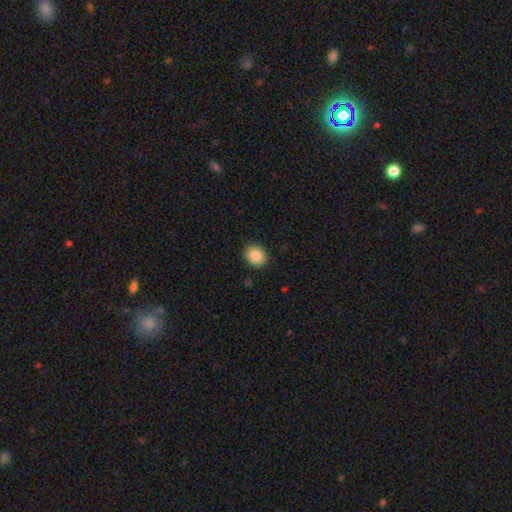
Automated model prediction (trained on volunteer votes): smooth_or_featured: smooth (p=0.88) [alt: star or artifact p=0.08]
how_rounded: round (p=0.64) [alt: in between p=0.36]
merging: none (p=0.89) [alt: minor disturbance p=0.08]